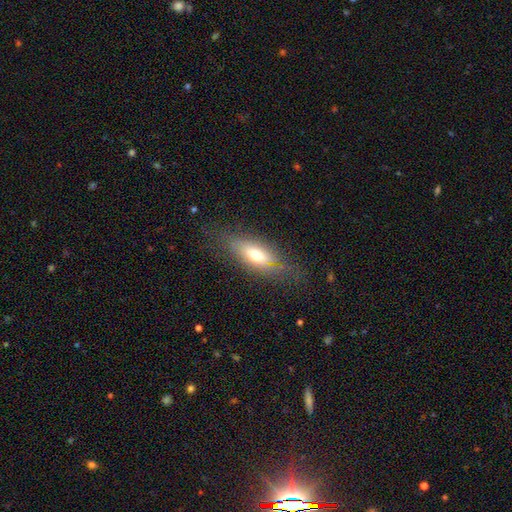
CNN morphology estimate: Smooth or featured? Predicted: smooth (p=0.57). How rounded? Predicted: in between (p=0.65). Merging? Predicted: none (p=0.74).